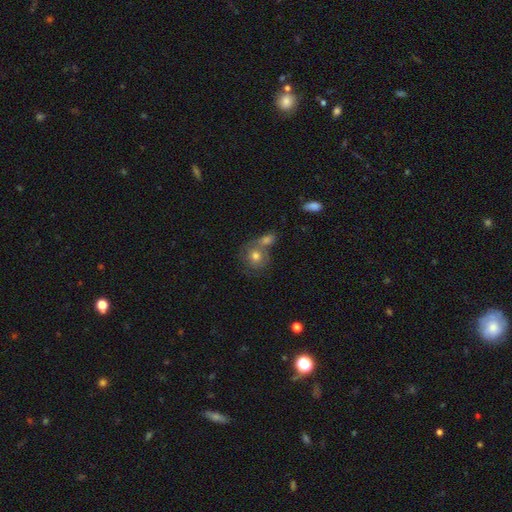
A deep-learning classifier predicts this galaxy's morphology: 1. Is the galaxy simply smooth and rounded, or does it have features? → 53% smooth, 29% featured or disk, 19% star or artifact.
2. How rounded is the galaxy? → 84% round, 14% in between, 1% cigar-shaped.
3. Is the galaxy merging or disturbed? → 51% none, 35% merger, 9% minor disturbance, 4% major disturbance.